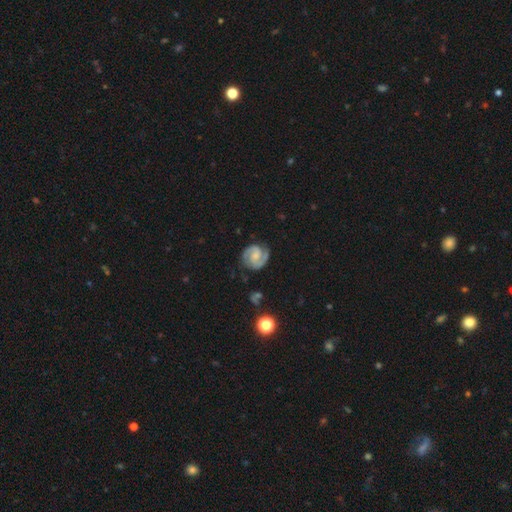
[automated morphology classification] smooth-or-featured: featured or disk: 88% | smooth: 7% | star or artifact: 5%
  disk-edge-on: no: 98% | yes: 2%
    bar: no: 47% | weak: 42% | strong: 12%
    has-spiral-arms: yes: 98% | no: 2%
      spiral-winding: tight: 49% | medium: 44% | loose: 7%
      spiral-arm-count: 2: 92% | can't tell: 3% | 1: 2% | 3: 2% | 4: 1% | more than 4: 1%
    bulge-size: small: 38% | moderate: 34% | none: 23% | large: 4% | dominant: 1%
  merging: none: 80% | minor disturbance: 14% | major disturbance: 4% | merger: 2%